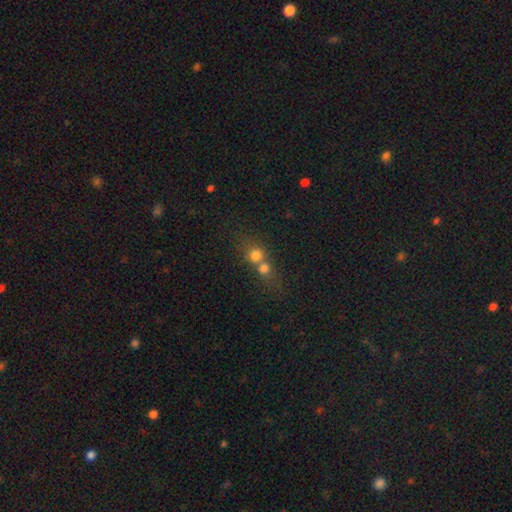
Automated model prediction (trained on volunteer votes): Morphology: type=smooth (72%); roundness=round (80%); merging=merger (64%).